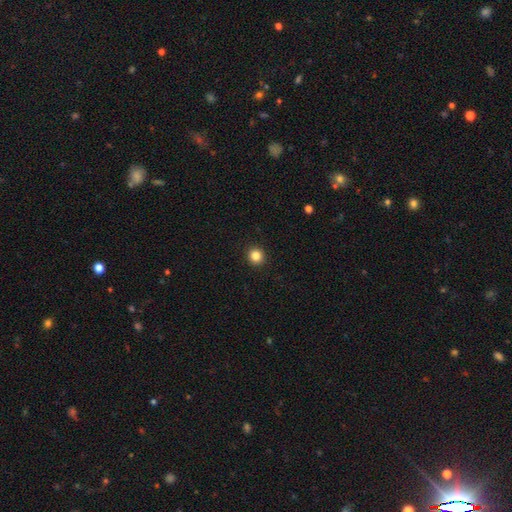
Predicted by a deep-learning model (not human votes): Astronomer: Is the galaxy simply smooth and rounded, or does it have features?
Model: smooth — 84%.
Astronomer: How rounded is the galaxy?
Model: round — 92%.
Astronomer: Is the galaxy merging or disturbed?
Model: none — 93%.